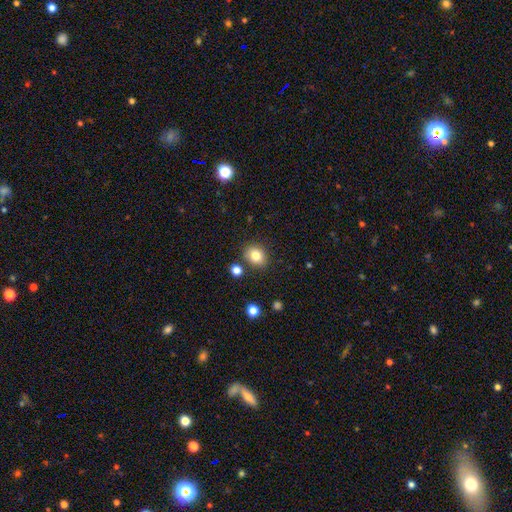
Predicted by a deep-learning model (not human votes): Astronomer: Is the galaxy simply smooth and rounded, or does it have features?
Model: smooth — 81%.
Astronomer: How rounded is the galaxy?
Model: round — 58% (runner-up: in between, 41%).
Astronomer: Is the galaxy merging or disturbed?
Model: none — 82%.